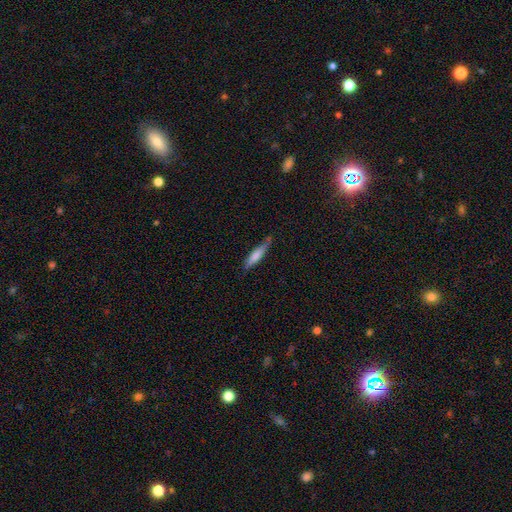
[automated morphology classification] smooth-or-featured: smooth: 68% | featured or disk: 26% | star or artifact: 6%
  how-rounded: cigar-shaped: 83% | in between: 16% | round: 1%
  merging: none: 69% | minor disturbance: 23% | major disturbance: 5% | merger: 3%